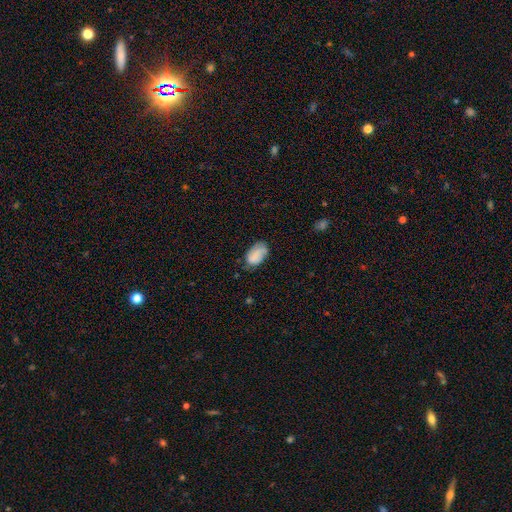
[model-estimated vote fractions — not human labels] smooth 72%, featured or disk 19%, star or artifact 8%. Down the decision tree: how rounded — in between (92%); merging — none (56%).